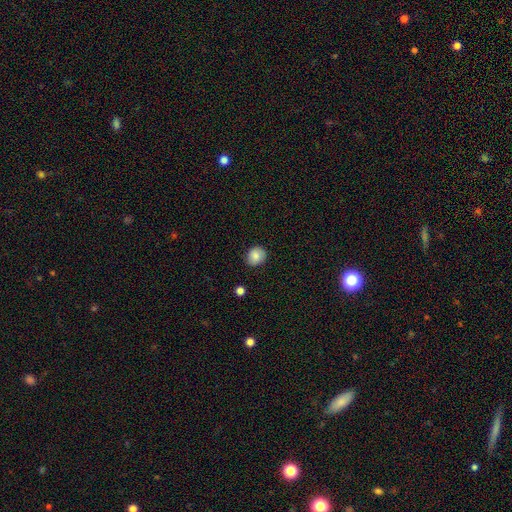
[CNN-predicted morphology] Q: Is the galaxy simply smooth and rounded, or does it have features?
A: smooth — 83%.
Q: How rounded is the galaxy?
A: round — 77%.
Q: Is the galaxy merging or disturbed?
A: none — 84%.